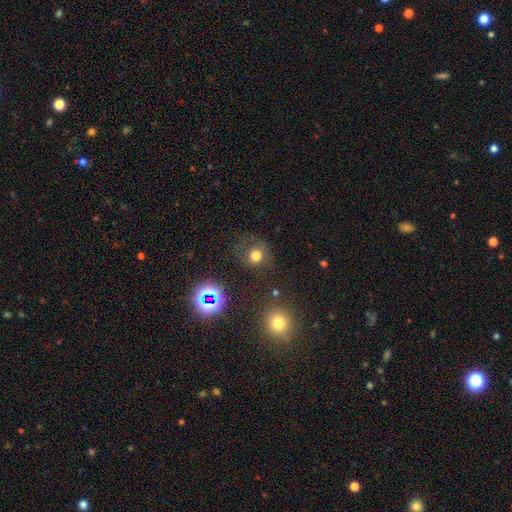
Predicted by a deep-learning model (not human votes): The model was most divided on "merging": none: 63%, minor disturbance: 17%, major disturbance: 16%, merger: 3%. More confident: how rounded — round (85%); smooth or featured — smooth (68%).